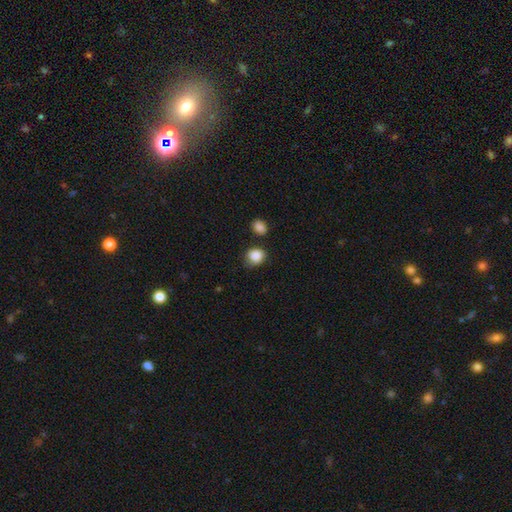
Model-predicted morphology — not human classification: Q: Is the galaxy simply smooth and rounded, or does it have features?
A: smooth — 87%.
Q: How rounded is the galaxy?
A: round — 67%.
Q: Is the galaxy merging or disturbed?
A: none — 68%.